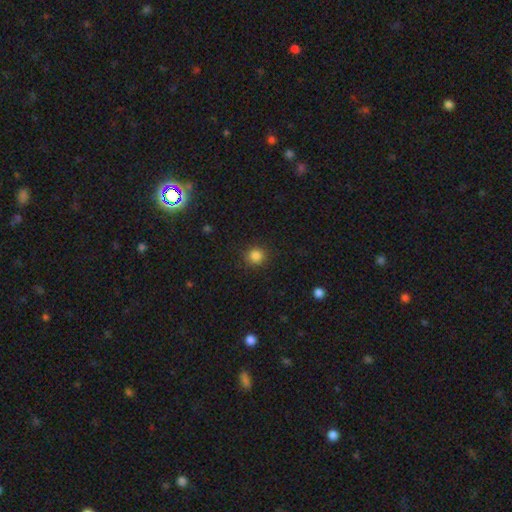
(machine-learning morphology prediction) This appears to be a smooth galaxy with no disk features (84%) that is round (92%). Merging: none (90%).